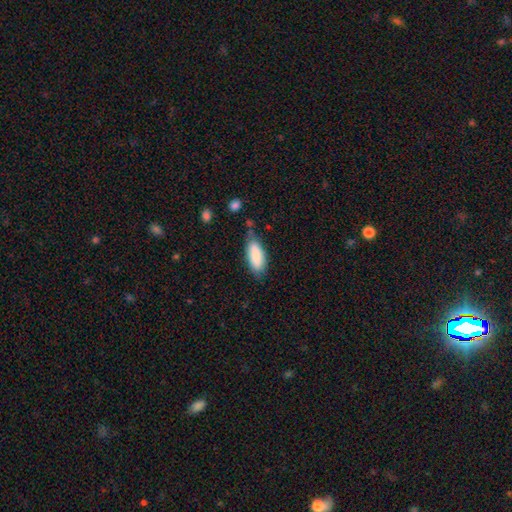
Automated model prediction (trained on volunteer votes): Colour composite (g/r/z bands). It shows a smooth galaxy with no disk features (86%) that is in between round and cigar-shaped (81%). Merging: none (67%).